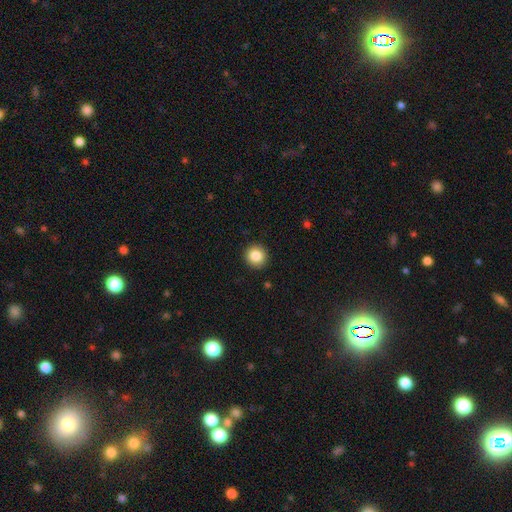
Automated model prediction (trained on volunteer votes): The model was most divided on "smooth or featured": smooth: 85%, star or artifact: 9%, featured or disk: 5%. More confident: how rounded — round (92%); merging — none (91%).